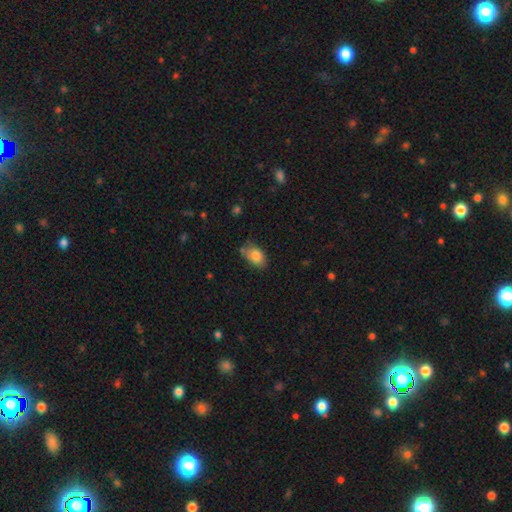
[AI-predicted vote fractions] Smooth or featured?
  - smooth: 83% *
  - featured or disk: 10%
  - star or artifact: 8%
How rounded?
  - in between: 87% *
  - round: 12%
  - cigar-shaped: 2%
Merging?
  - none: 68% *
  - minor disturbance: 23%
  - merger: 6%
  - major disturbance: 4%